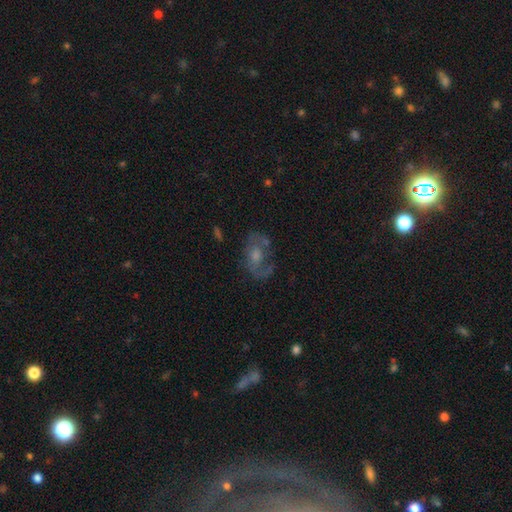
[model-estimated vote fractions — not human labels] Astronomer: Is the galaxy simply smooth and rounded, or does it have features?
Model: featured or disk — 68%.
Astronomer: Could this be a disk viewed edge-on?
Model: no — 96%.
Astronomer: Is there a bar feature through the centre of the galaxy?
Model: no — 71%.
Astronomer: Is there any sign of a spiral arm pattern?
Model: yes — 75%.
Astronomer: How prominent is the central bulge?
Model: moderate — 51% (runner-up: small, 29%).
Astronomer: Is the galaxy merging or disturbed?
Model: none — 63%.